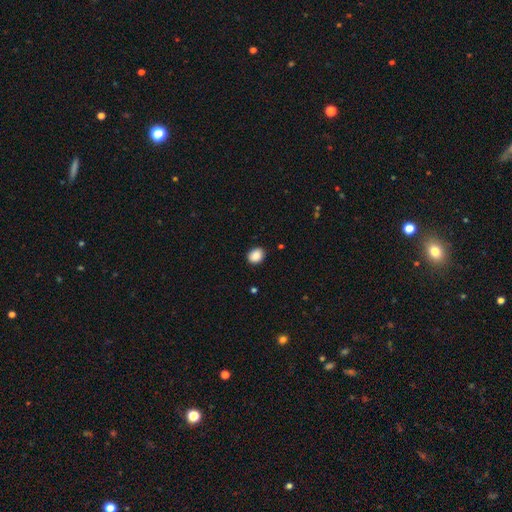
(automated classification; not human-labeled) A smooth galaxy with no disk features (89%) that is in between round and cigar-shaped (56%). Merging: none (88%).